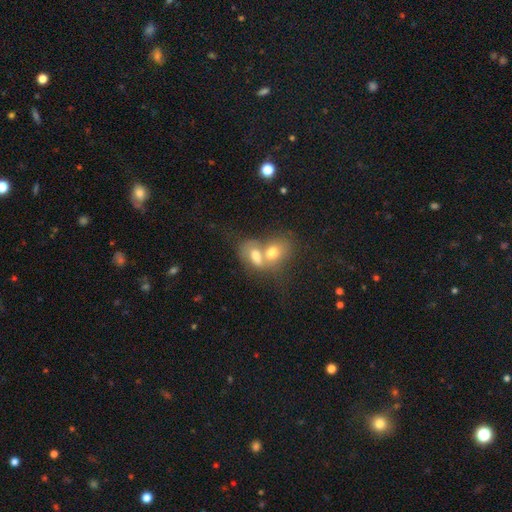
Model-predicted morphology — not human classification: Smooth or featured: smooth — 65% (featured or disk — 25%)
How rounded: in between — 75% (round — 23%)
Merging: merger — 76% (none — 13%)